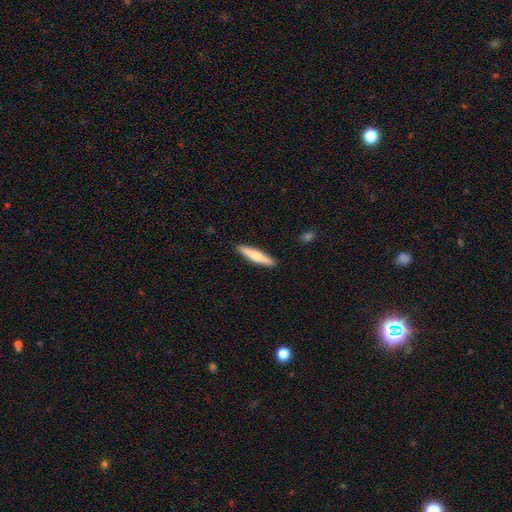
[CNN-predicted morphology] Smooth or featured: smooth — 61% (featured or disk — 34%)
How rounded: cigar-shaped — 89% (in between — 10%)
Merging: none — 91% (minor disturbance — 7%)